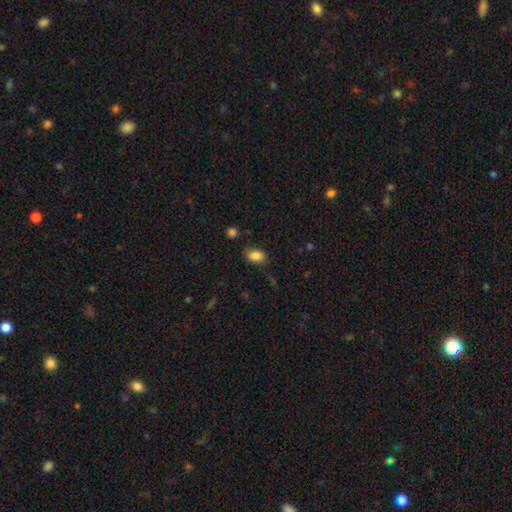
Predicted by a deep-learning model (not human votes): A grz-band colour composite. It shows a smooth galaxy with no disk features (85%) that is in between round and cigar-shaped (84%). Merging: none (77%).